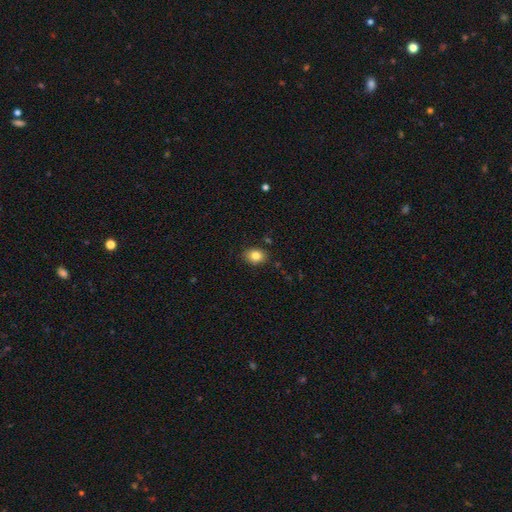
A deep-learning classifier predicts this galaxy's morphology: Smooth or featured? smooth (82%)
How rounded? in between (57%)
Merging? none (86%)